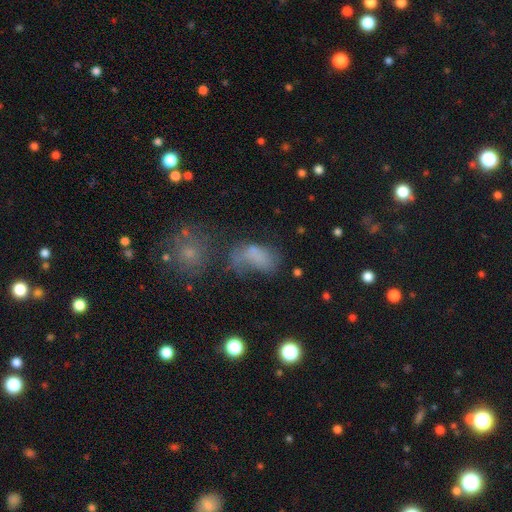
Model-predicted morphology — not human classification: smooth-or-featured: smooth: 63% | star or artifact: 19% | featured or disk: 19%
  how-rounded: in between: 85% | round: 12% | cigar-shaped: 3%
  merging: major disturbance: 35% | none: 25% | minor disturbance: 20% | merger: 20%